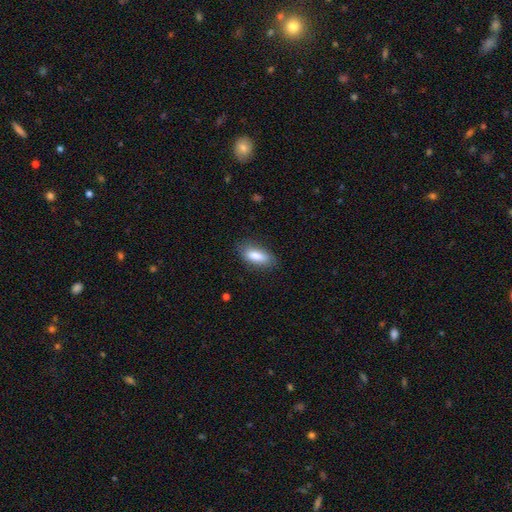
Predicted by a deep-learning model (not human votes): Smooth or featured? smooth (84%)
How rounded? in between (77%)
Merging? none (79%)